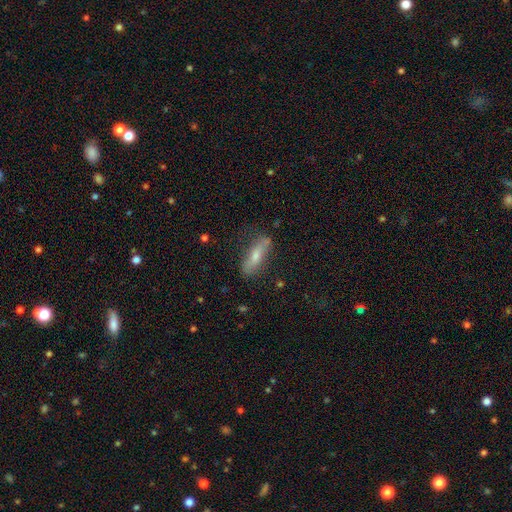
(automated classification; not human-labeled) A smooth galaxy with no disk features (47%).

Vote fractions:
- Smooth or featured? smooth: 47% / featured or disk: 45% / star or artifact: 9%
- Merging? none: 73% / minor disturbance: 19% / major disturbance: 6% / merger: 3%